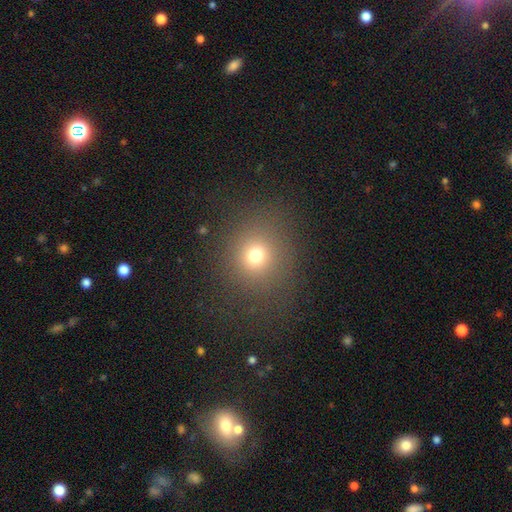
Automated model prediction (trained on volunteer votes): This is likely a smooth galaxy (72%). How rounded: clearly round (87%). Merging: clearly none (84%).